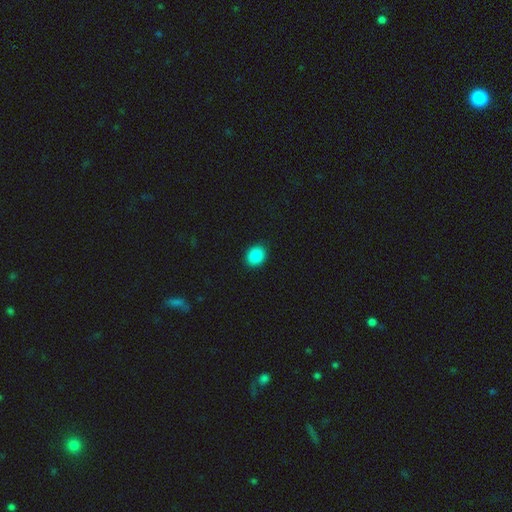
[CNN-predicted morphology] A smooth galaxy with no disk features (87%) that is round (52%). Merging: none (90%).